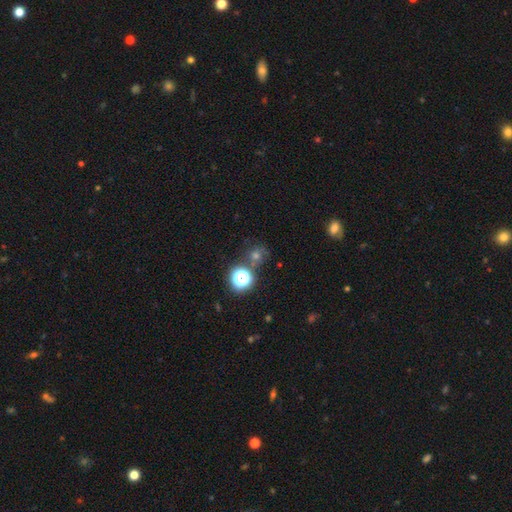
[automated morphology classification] Overall: star or artifact (46%; smooth 43%).